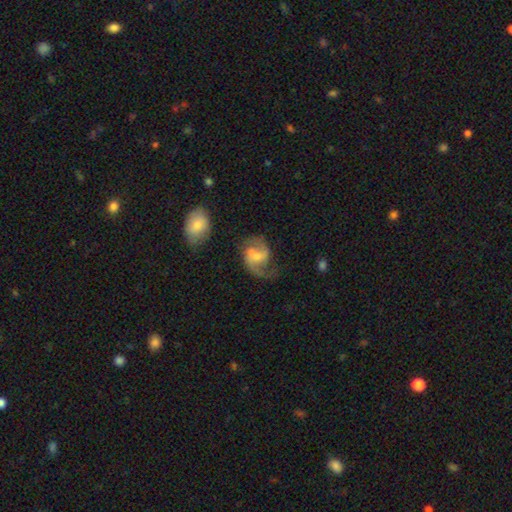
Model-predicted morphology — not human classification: smooth_or_featured: featured or disk (p=0.73) [alt: smooth p=0.20]
disk_edge_on: no (p=0.98) [alt: yes p=0.02]
bar: weak (p=0.53) [alt: no p=0.31]
has_spiral_arms: yes (p=0.90) [alt: no p=0.10]
spiral_winding: loose (p=0.45) [alt: medium p=0.44]
spiral_arm_count: 2 (p=0.78) [alt: 1 p=0.12]
bulge_size: small (p=0.40) [alt: moderate p=0.38]
merging: none (p=0.46) [alt: major disturbance p=0.23]